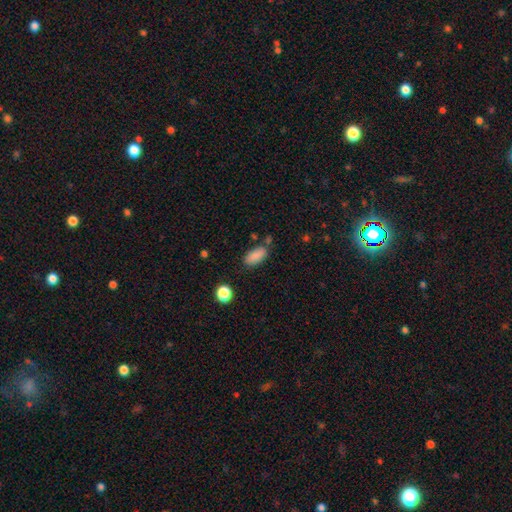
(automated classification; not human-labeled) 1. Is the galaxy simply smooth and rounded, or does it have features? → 87% smooth, 8% star or artifact, 4% featured or disk.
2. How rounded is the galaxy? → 87% in between, 10% cigar-shaped, 3% round.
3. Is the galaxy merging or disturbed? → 76% none, 14% minor disturbance, 7% merger, 3% major disturbance.